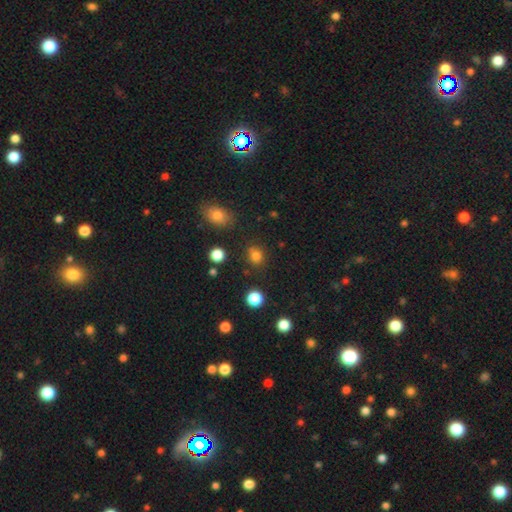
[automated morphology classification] smooth-or-featured: smooth: 79% | star or artifact: 15% | featured or disk: 6%
  how-rounded: round: 71% | in between: 28% | cigar-shaped: 1%
  merging: none: 81% | minor disturbance: 12% | merger: 4% | major disturbance: 3%